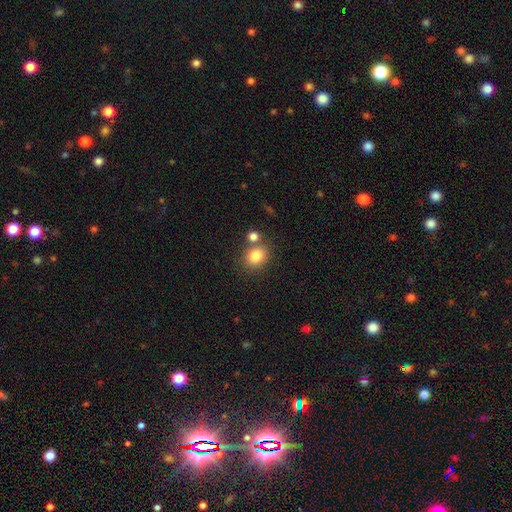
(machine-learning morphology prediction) Smooth or featured: smooth — 83% (star or artifact — 10%)
How rounded: round — 60% (in between — 39%)
Merging: none — 65% (merger — 21%)